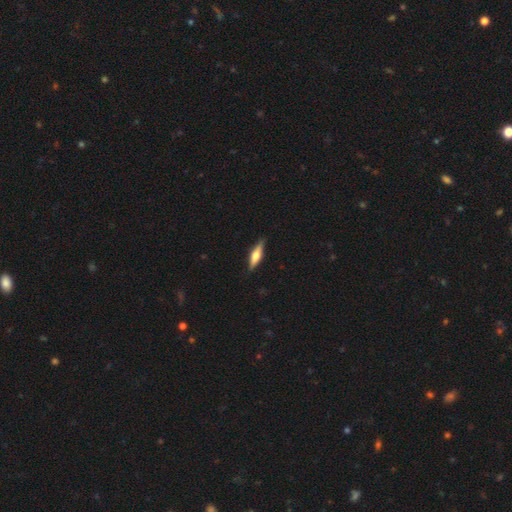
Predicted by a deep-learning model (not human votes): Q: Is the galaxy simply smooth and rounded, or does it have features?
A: featured or disk — 56%.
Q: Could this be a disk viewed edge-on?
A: yes — 95%.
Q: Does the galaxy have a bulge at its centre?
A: rounded — 89%.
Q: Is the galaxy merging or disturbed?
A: none — 87%.